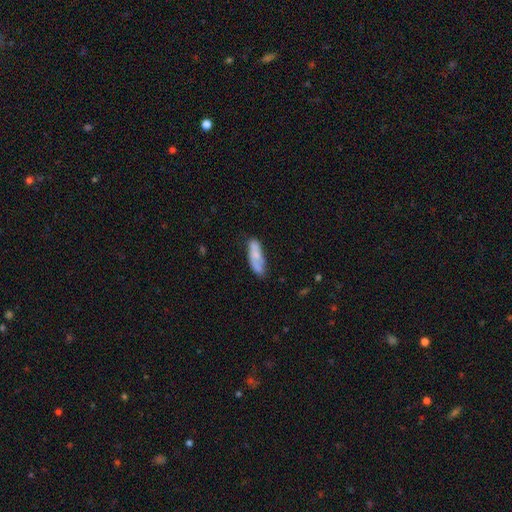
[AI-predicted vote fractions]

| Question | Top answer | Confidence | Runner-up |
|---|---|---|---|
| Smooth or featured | smooth | 64% | featured or disk (30%) |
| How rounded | in between | 57% | cigar-shaped (41%) |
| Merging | none | 61% | minor disturbance (28%) |